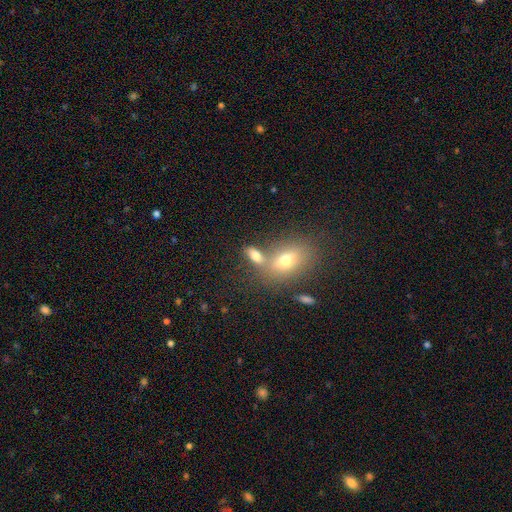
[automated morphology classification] Q: Smooth or featured?
A: smooth (69%); runner-up: featured or disk (18%)
Q: How rounded?
A: in between (76%); runner-up: cigar-shaped (14%)
Q: Merging?
A: none (47%); runner-up: merger (36%)